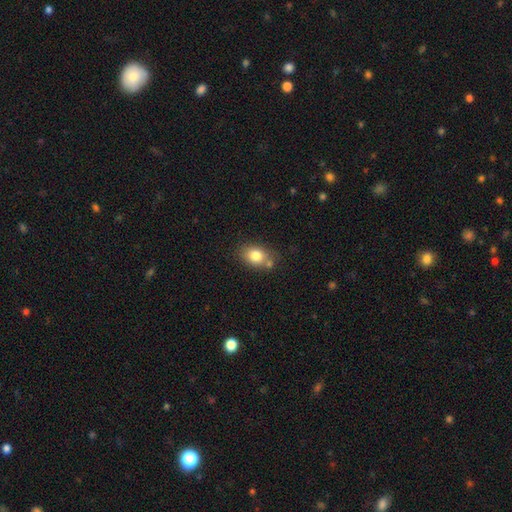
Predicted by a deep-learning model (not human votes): smooth-or-featured: smooth: 81% | featured or disk: 10% | star or artifact: 9%
  how-rounded: in between: 66% | round: 33% | cigar-shaped: 1%
  merging: none: 66% | minor disturbance: 16% | merger: 14% | major disturbance: 4%